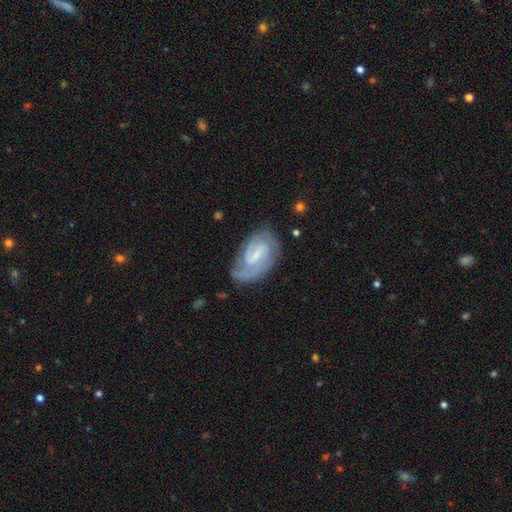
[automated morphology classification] This is clearly a featured or disk galaxy (83%). It is clearly not viewed edge-on (97%). Bar: possibly weak (56%). Spiral arm pattern: clearly yes (96%). Spiral arm count: likely 2 (70%). Spiral winding: possibly tight (49%). Central bulge: possibly small (56%). Merging: likely none (69%).